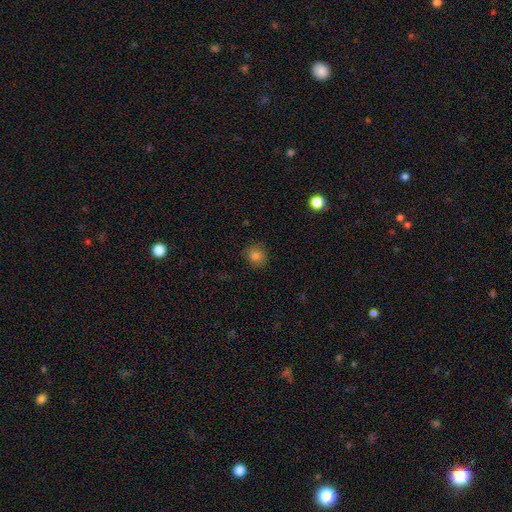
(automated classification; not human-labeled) Smooth or featured? Predicted: smooth (p=0.82). How rounded? Predicted: round (p=0.86). Merging? Predicted: none (p=0.85).